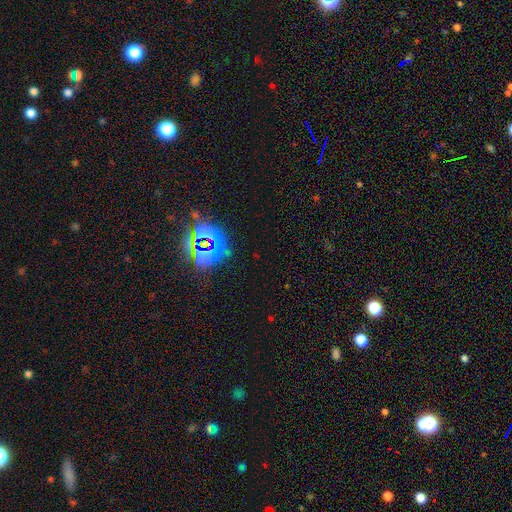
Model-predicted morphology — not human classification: This is likely a star or artifact rather than a galaxy (75%).